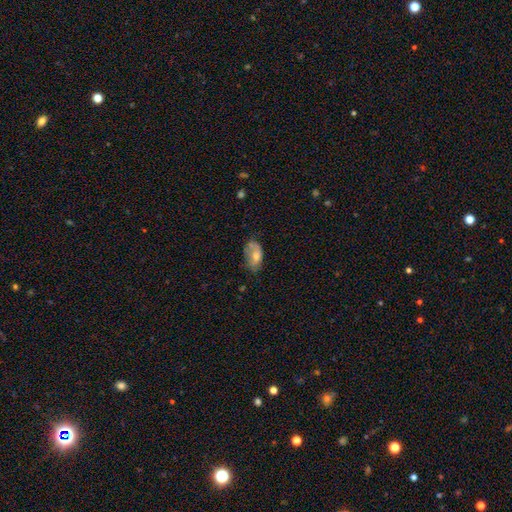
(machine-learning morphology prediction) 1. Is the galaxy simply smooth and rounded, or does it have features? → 56% smooth, 35% featured or disk, 9% star or artifact.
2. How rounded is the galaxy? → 90% in between, 7% round, 3% cigar-shaped.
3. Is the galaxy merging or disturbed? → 51% none, 33% minor disturbance, 14% major disturbance, 3% merger.